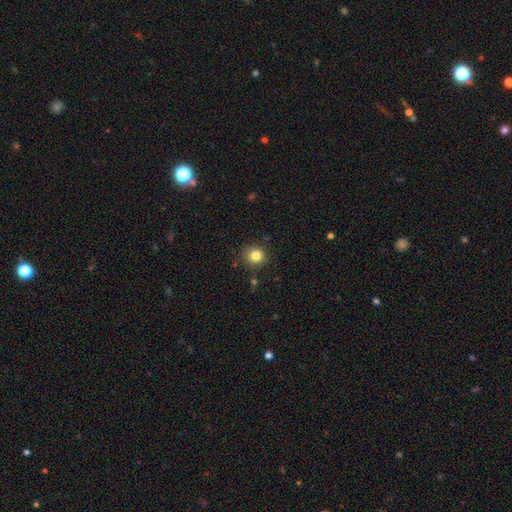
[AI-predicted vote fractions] Morphology: type=smooth (82%); roundness=round (92%); merging=none (87%).